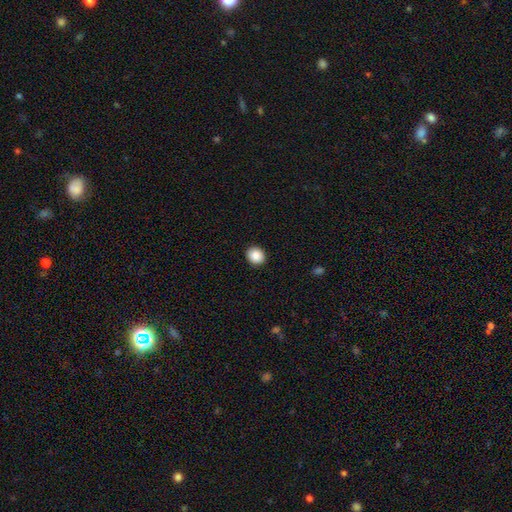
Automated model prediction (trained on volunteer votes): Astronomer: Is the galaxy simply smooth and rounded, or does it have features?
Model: smooth — 88%.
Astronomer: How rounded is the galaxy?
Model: round — 74%.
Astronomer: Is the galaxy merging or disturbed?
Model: none — 91%.